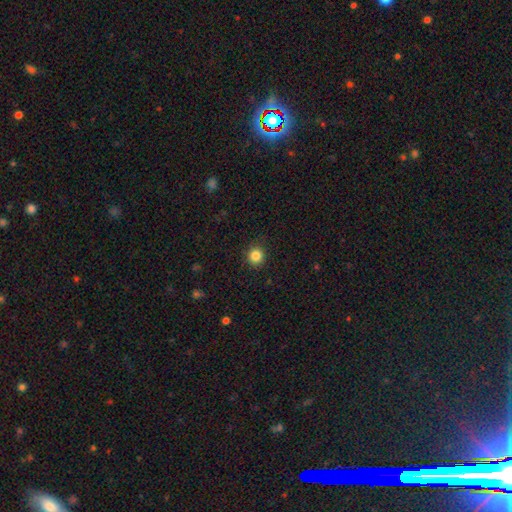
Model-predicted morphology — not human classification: This appears to be a smooth galaxy with no disk features (85%) that is round (93%). Merging: none (91%).